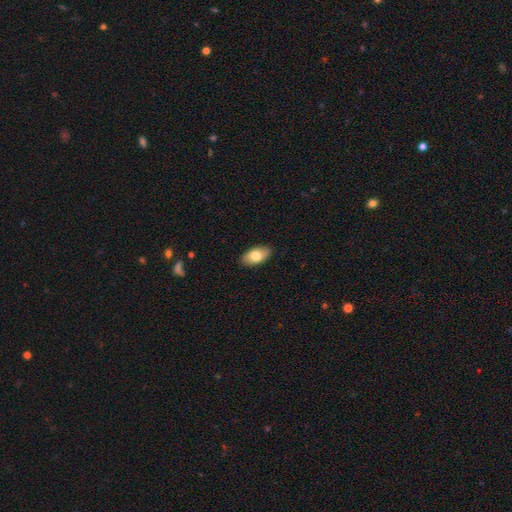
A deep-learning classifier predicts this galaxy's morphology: Smooth or featured?
  - smooth: 78% *
  - featured or disk: 16%
  - star or artifact: 6%
How rounded?
  - in between: 94% *
  - round: 3%
  - cigar-shaped: 3%
Merging?
  - none: 88% *
  - minor disturbance: 9%
  - major disturbance: 2%
  - merger: 1%